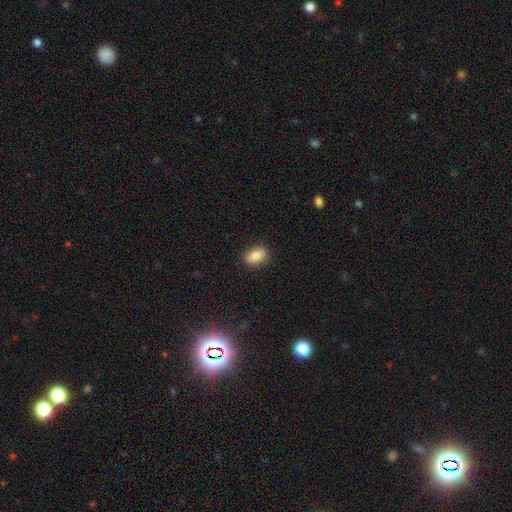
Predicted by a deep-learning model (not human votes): smooth_or_featured: smooth (p=0.83) [alt: featured or disk p=0.09]
how_rounded: in between (p=0.79) [alt: round p=0.19]
merging: none (p=0.87) [alt: minor disturbance p=0.10]